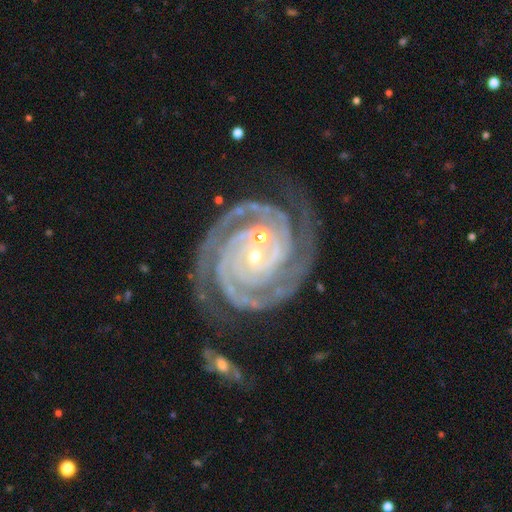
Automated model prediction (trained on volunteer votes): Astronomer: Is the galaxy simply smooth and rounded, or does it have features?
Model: featured or disk — 93%.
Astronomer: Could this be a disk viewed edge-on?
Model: no — 98%.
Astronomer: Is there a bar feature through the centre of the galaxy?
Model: no — 57%.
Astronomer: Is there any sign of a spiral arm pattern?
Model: yes — 99%.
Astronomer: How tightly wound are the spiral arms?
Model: tight — 83%.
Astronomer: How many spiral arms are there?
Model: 2 — 64%.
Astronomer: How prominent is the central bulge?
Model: small — 70%.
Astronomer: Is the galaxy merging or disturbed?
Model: none — 66%.